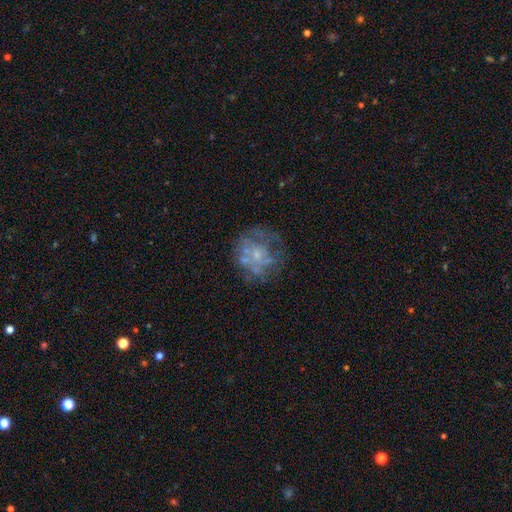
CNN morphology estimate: Smooth or featured? featured or disk (62%)
Edge-on disk? no (98%)
Bar? no (89%)
Spiral arms? no (76%)
Bulge size? small (49%)
Merging? none (55%)